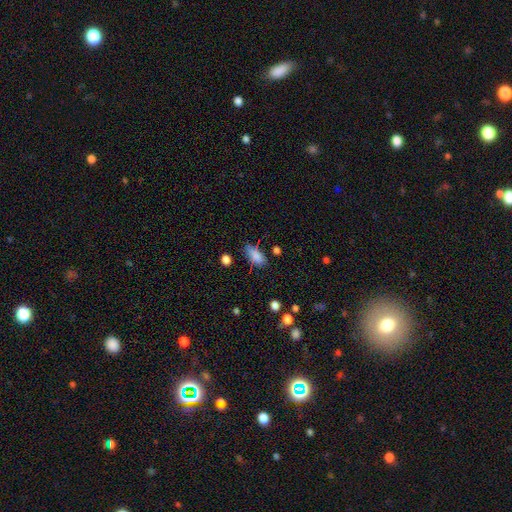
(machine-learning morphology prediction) Smooth or featured: smooth — 83% (star or artifact — 9%)
How rounded: in between — 87% (cigar-shaped — 10%)
Merging: none — 61% (minor disturbance — 28%)